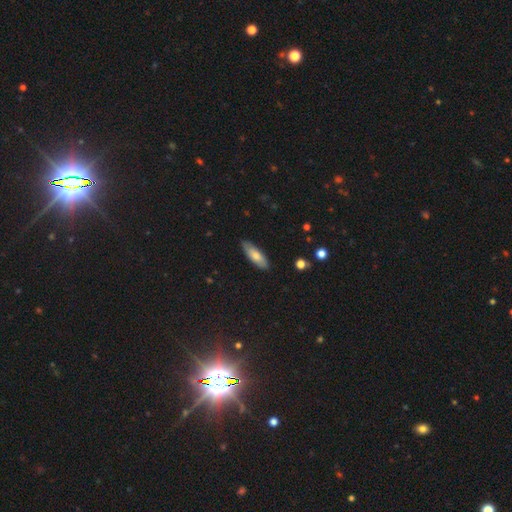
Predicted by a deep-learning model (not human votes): Smooth or featured?
  - smooth: 70% *
  - featured or disk: 24%
  - star or artifact: 6%
How rounded?
  - in between: 58% *
  - cigar-shaped: 40%
  - round: 2%
Merging?
  - none: 86% *
  - minor disturbance: 11%
  - major disturbance: 2%
  - merger: 1%